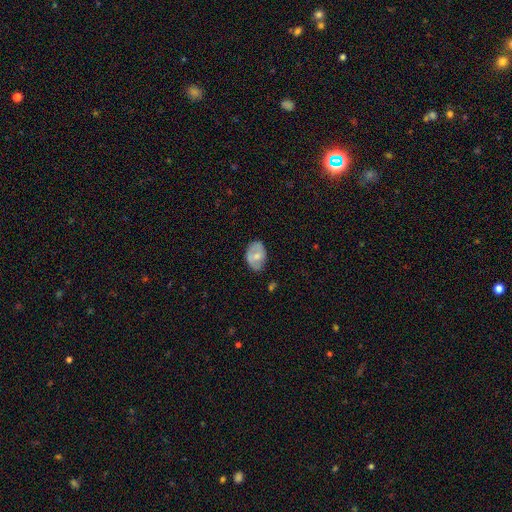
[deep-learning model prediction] This is possibly a smooth galaxy (56%). How rounded: likely in between (79%). Merging: likely none (67%).